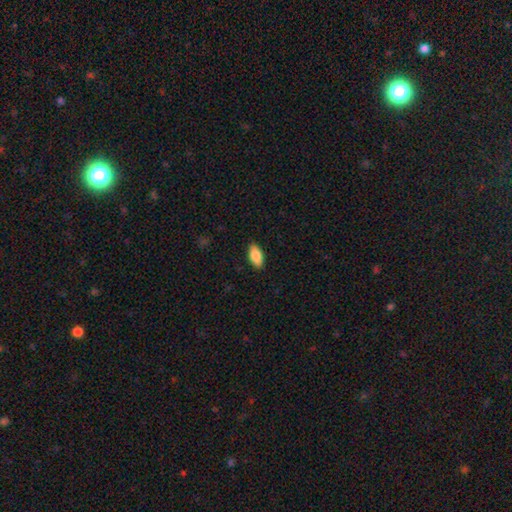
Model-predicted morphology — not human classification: The model was most divided on "smooth or featured": smooth: 86%, featured or disk: 7%, star or artifact: 6%. More confident: how rounded — in between (90%); merging — none (88%).